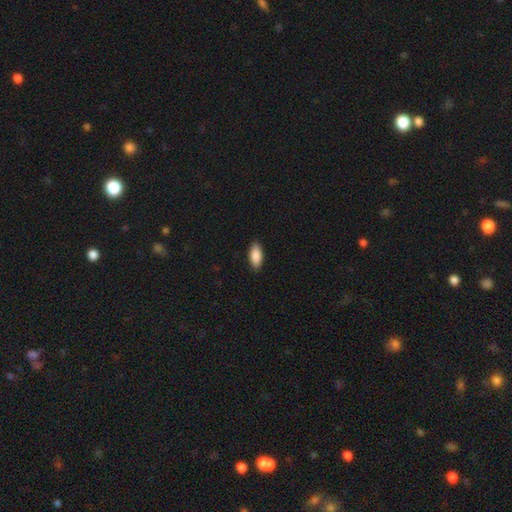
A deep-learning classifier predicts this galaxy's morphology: Smooth or featured: smooth — 89% (star or artifact — 6%)
How rounded: in between — 89% (cigar-shaped — 9%)
Merging: none — 89% (minor disturbance — 9%)